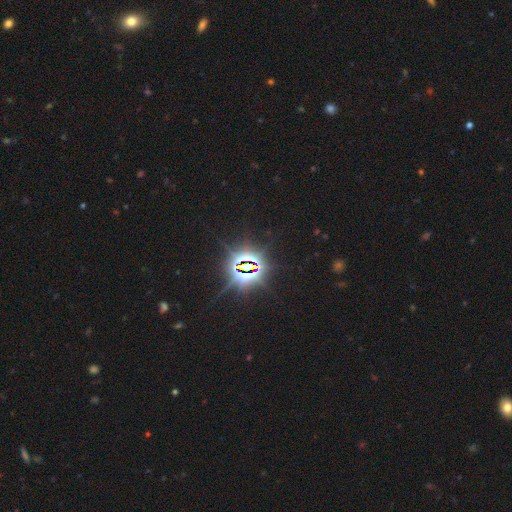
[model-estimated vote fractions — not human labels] smooth_or_featured: star or artifact (p=0.85) [alt: smooth p=0.08]